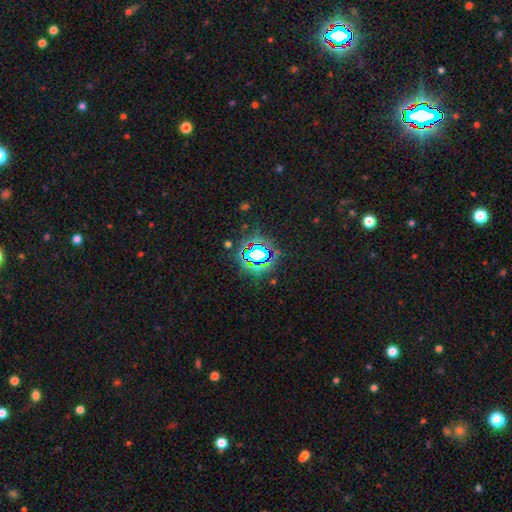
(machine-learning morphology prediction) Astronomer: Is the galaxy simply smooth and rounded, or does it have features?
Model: star or artifact — 71%.